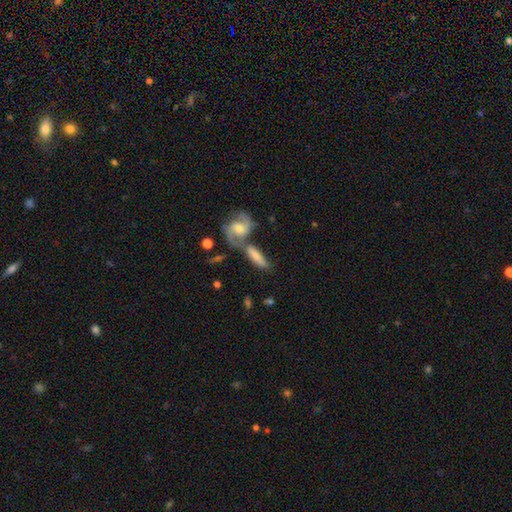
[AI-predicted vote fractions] Overall: smooth (50%; featured or disk 43%). How rounded: cigar-shaped (59%; in between 37%). Merging: none (42%; merger 39%).